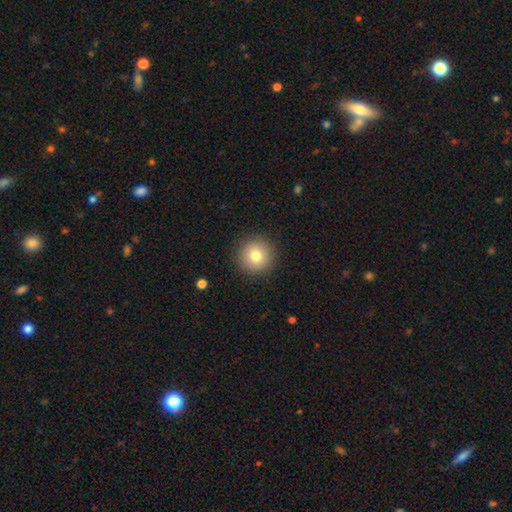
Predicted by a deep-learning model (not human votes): Smooth or featured? smooth (79%)
How rounded? round (96%)
Merging? none (92%)